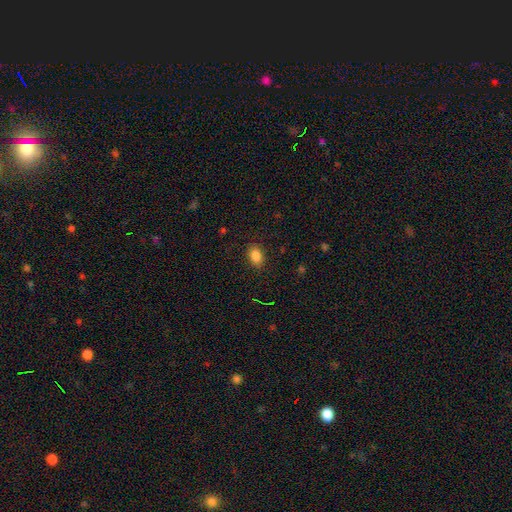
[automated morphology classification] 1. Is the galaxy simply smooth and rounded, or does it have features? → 86% smooth, 10% star or artifact, 4% featured or disk.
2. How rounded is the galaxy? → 84% in between, 15% round, 2% cigar-shaped.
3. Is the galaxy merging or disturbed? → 87% none, 9% minor disturbance, 3% major disturbance, 1% merger.